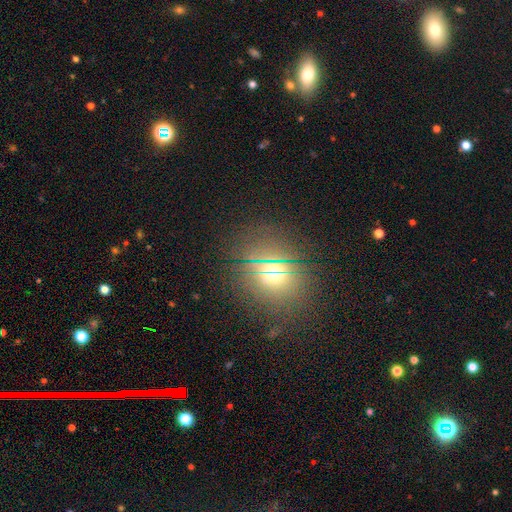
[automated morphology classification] smooth-or-featured: smooth: 50% | star or artifact: 31% | featured or disk: 18%
  how-rounded: round: 67% | in between: 31% | cigar-shaped: 2%
  merging: none: 82% | minor disturbance: 11% | major disturbance: 5% | merger: 2%